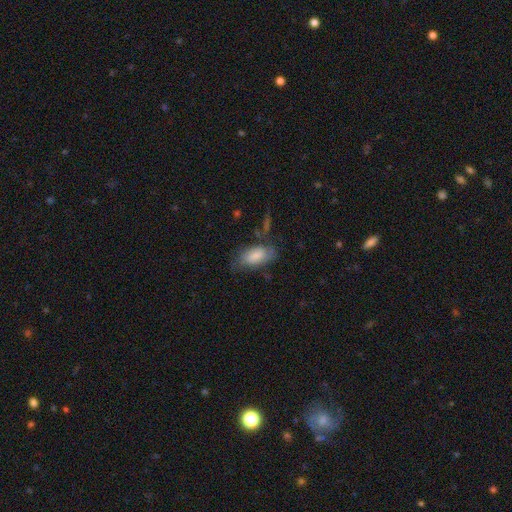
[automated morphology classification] smooth_or_featured: smooth (p=0.71) [alt: featured or disk p=0.22]
how_rounded: in between (p=0.92) [alt: cigar-shaped p=0.04]
merging: none (p=0.56) [alt: minor disturbance p=0.26]